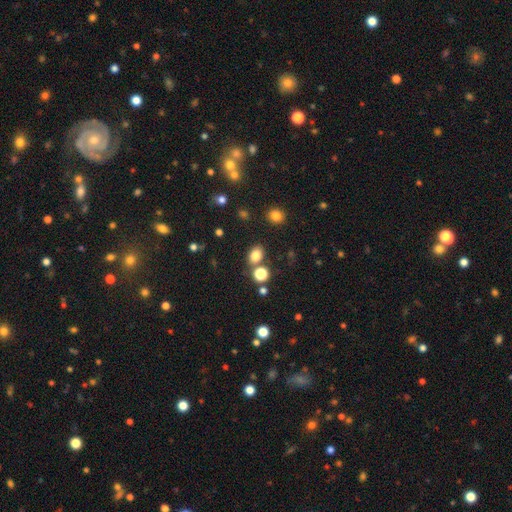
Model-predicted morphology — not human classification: Q: Smooth or featured?
A: smooth (80%); runner-up: star or artifact (14%)
Q: How rounded?
A: in between (59%); runner-up: round (40%)
Q: Merging?
A: none (75%); runner-up: merger (11%)